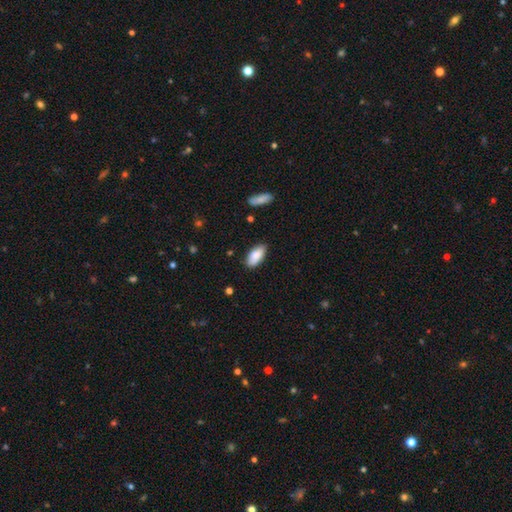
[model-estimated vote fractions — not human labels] smooth_or_featured: smooth (p=0.87) [alt: featured or disk p=0.07]
how_rounded: in between (p=0.91) [alt: cigar-shaped p=0.07]
merging: none (p=0.82) [alt: minor disturbance p=0.14]